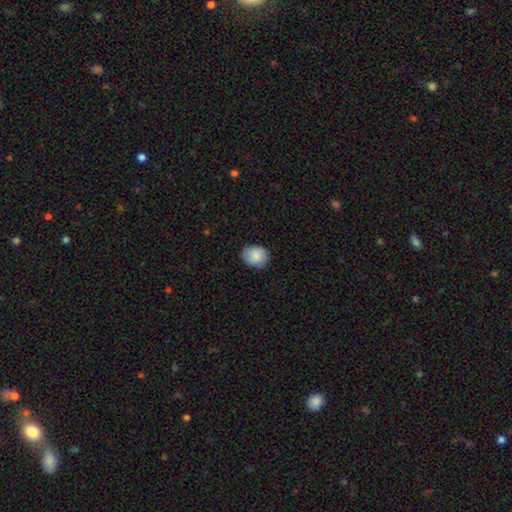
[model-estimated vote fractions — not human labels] A smooth galaxy with no disk features (86%) that is round (51%).

Vote fractions:
- Smooth or featured? smooth: 86% / featured or disk: 7% / star or artifact: 7%
- How rounded? round: 51% / in between: 48% / cigar-shaped: 1%
- Merging? none: 82% / minor disturbance: 14% / major disturbance: 2% / merger: 1%